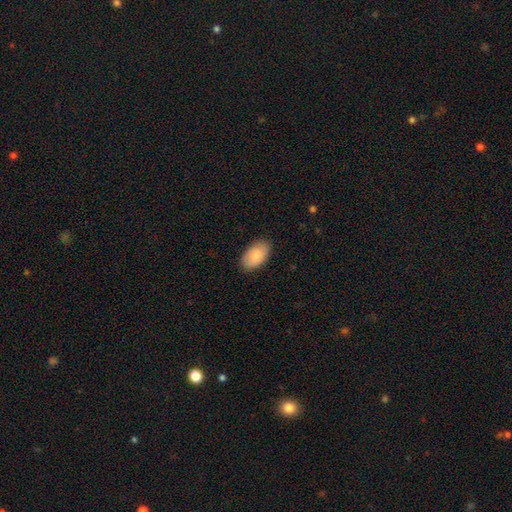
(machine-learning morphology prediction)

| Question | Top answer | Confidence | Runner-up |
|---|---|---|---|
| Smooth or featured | smooth | 88% | featured or disk (6%) |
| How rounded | in between | 95% | round (4%) |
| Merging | none | 85% | minor disturbance (12%) |